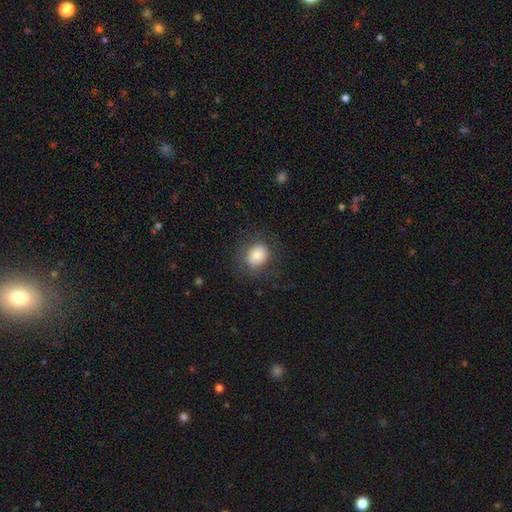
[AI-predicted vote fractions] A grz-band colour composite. It shows a smooth galaxy with no disk features (78%) that is round (56%). Merging: none (78%).